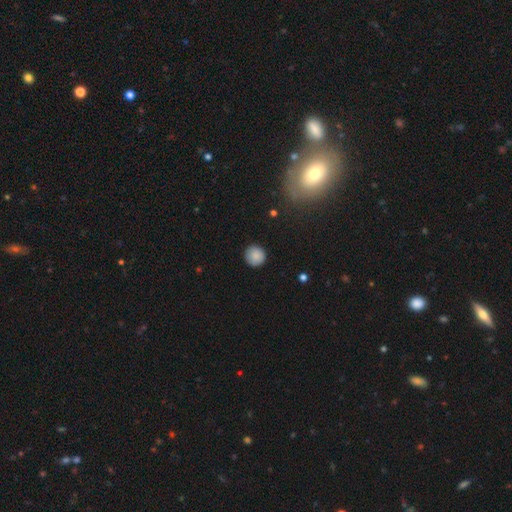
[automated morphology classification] The model was most divided on "smooth or featured": smooth: 87%, star or artifact: 8%, featured or disk: 5%. More confident: how rounded — round (94%); merging — none (89%).